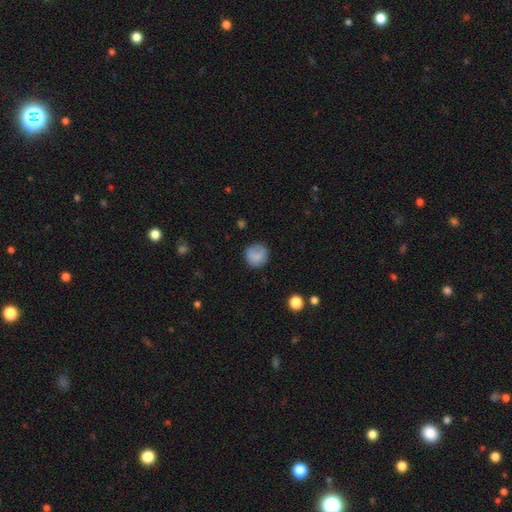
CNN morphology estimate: type=smooth (82%); roundness=round (91%); merging=none (77%).